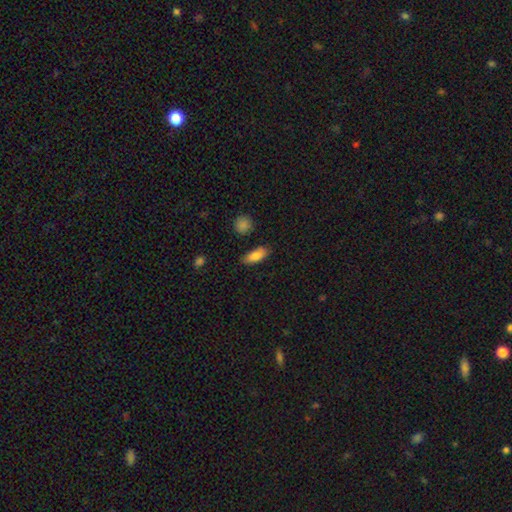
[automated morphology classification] Overall: smooth (85%). How rounded: in between (78%). Merging: none (82%).